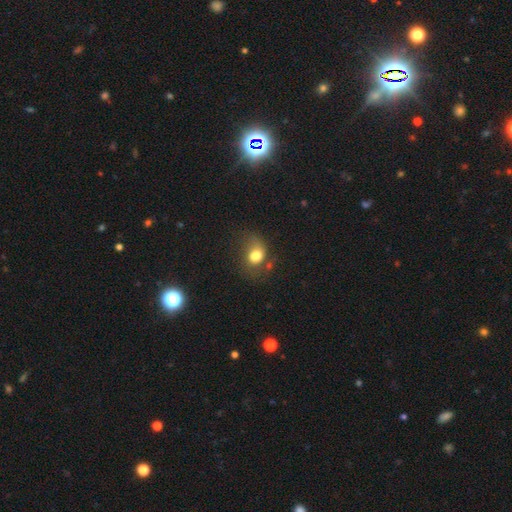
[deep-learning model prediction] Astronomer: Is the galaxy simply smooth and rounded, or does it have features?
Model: smooth — 71%.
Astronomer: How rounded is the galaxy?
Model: in between — 52% (runner-up: round, 47%).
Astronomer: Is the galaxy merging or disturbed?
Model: none — 37% (runner-up: minor disturbance, 29%).